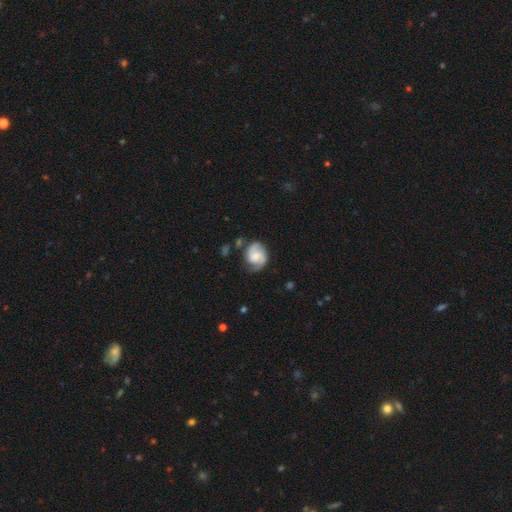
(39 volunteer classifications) Volunteers were most divided on "bulge size": moderate: 47%, small: 41%, large: 6%, none: 6%, dominant: 0%. Remaining: spiral arm count — 2 (100%); edge-on disk — no (97%); spiral arms — yes (97%); smooth or featured — featured or disk (85%); merging — none (74%); spiral winding — medium (61%); bar — weak (47%).